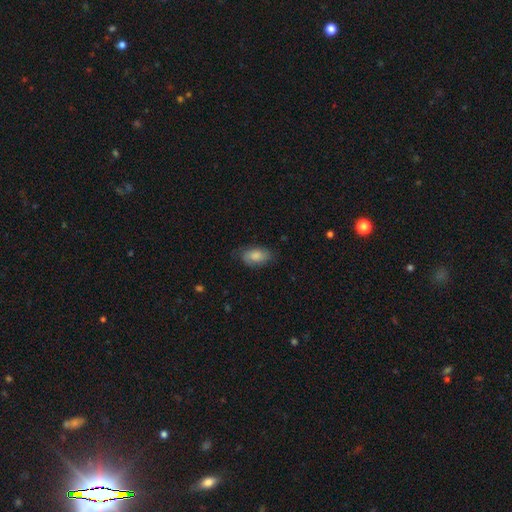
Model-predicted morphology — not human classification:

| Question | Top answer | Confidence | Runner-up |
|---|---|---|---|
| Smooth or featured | smooth | 76% | featured or disk (17%) |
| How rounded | in between | 91% | round (6%) |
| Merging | none | 71% | minor disturbance (22%) |